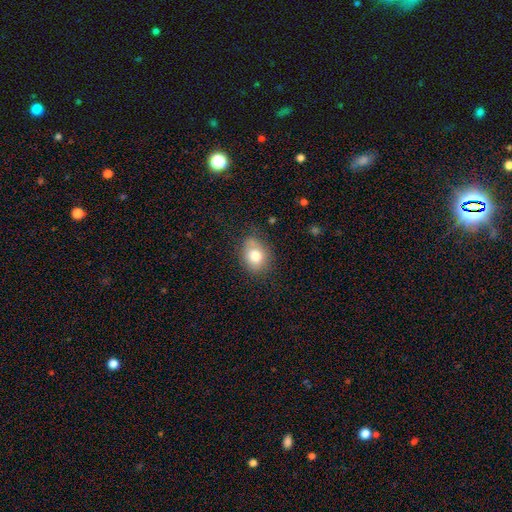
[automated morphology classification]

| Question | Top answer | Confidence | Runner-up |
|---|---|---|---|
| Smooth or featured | smooth | 77% | featured or disk (14%) |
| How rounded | in between | 60% | round (39%) |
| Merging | none | 68% | minor disturbance (23%) |